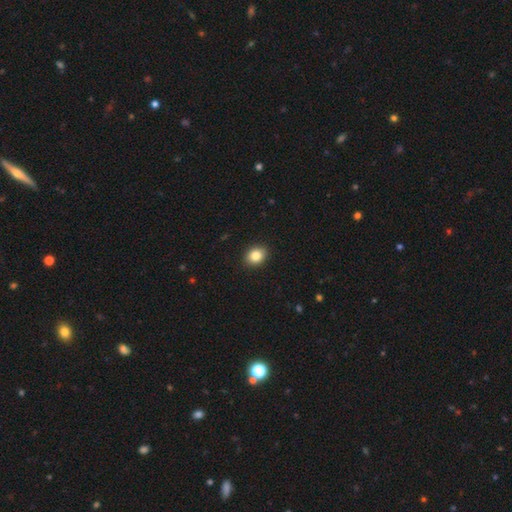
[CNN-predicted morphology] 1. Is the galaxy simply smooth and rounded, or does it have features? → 85% smooth, 9% star or artifact, 6% featured or disk.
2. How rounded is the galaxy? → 53% in between, 46% round, 1% cigar-shaped.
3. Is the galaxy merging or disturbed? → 91% none, 7% minor disturbance, 2% major disturbance, 1% merger.